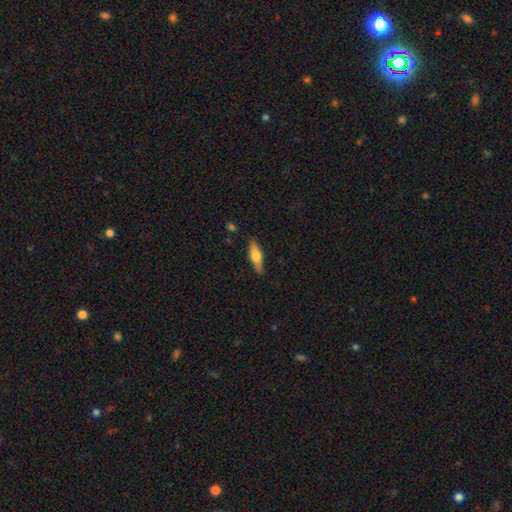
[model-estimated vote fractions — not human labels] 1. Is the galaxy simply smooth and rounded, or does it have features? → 59% smooth, 35% featured or disk, 6% star or artifact.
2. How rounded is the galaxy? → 54% cigar-shaped, 43% in between, 3% round.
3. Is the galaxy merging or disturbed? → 83% none, 13% minor disturbance, 3% major disturbance, 2% merger.